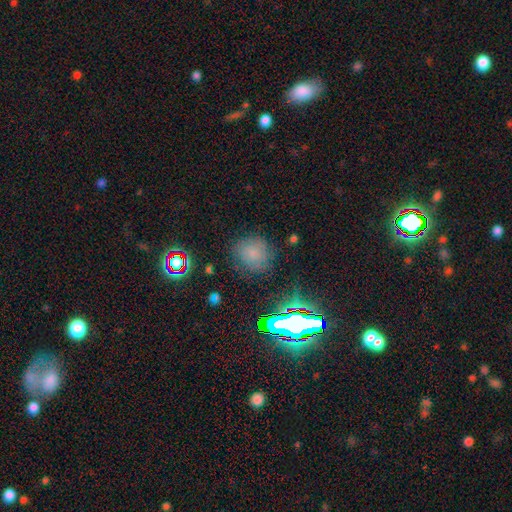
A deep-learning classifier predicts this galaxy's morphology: star or artifact 44%, smooth 41%, featured or disk 15%.